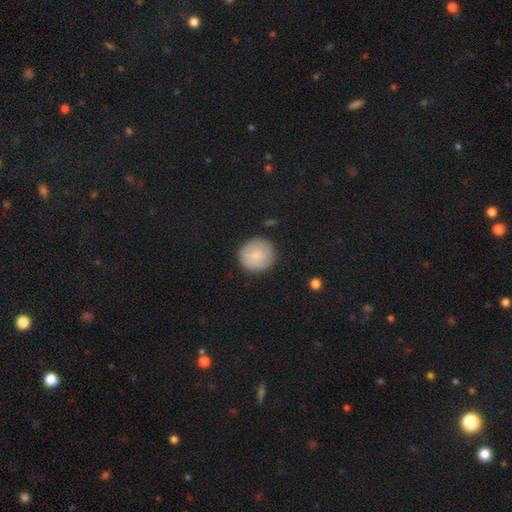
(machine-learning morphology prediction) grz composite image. It shows a smooth galaxy with no disk features (83%) that is round (93%). Merging: none (88%).